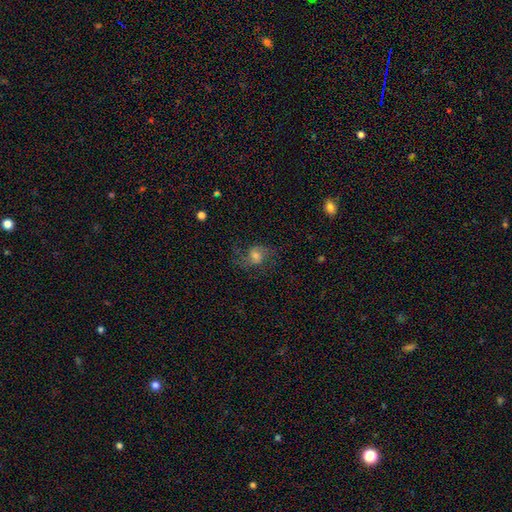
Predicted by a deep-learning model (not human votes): Smooth or featured?
  - featured or disk: 60% *
  - smooth: 26%
  - star or artifact: 14%
Edge-on disk?
  - no: 97% *
  - yes: 3%
Bar?
  - no: 55% *
  - weak: 37%
  - strong: 7%
Spiral arms?
  - yes: 90% *
  - no: 10%
Spiral winding?
  - loose: 53% *
  - medium: 39%
  - tight: 8%
Spiral arm count?
  - 2: 82% *
  - 1: 7%
  - can't tell: 6%
  - 3: 2%
  - 4: 1%
  - more than 4: 1%
Bulge size?
  - moderate: 51% *
  - small: 30%
  - large: 12%
  - none: 5%
  - dominant: 2%
Merging?
  - none: 62% *
  - major disturbance: 18%
  - minor disturbance: 18%
  - merger: 2%